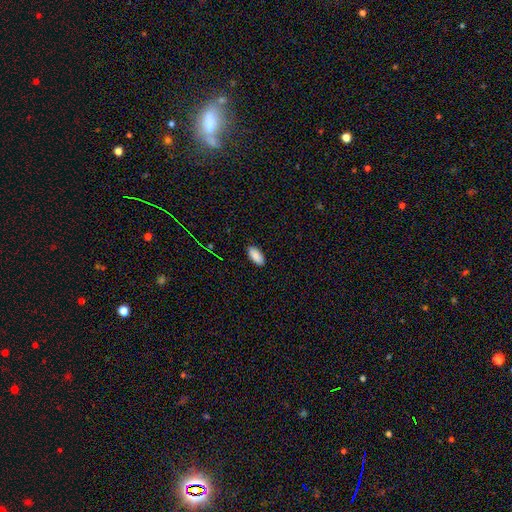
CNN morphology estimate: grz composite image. It shows a smooth galaxy with no disk features (89%) that is in between round and cigar-shaped (92%). Merging: none (89%).